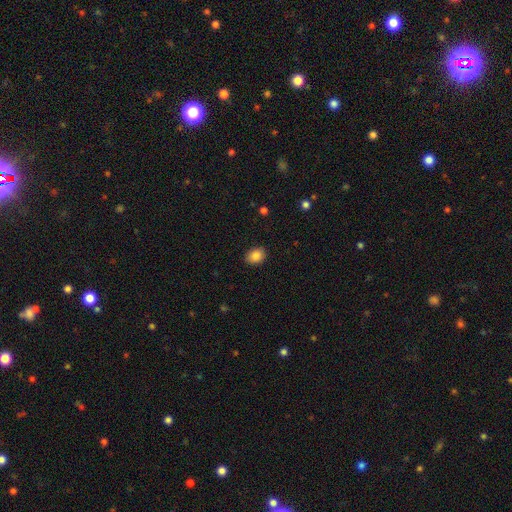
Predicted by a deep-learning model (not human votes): This is clearly a smooth galaxy (87%). How rounded: possibly in between (60%). Merging: clearly none (88%).